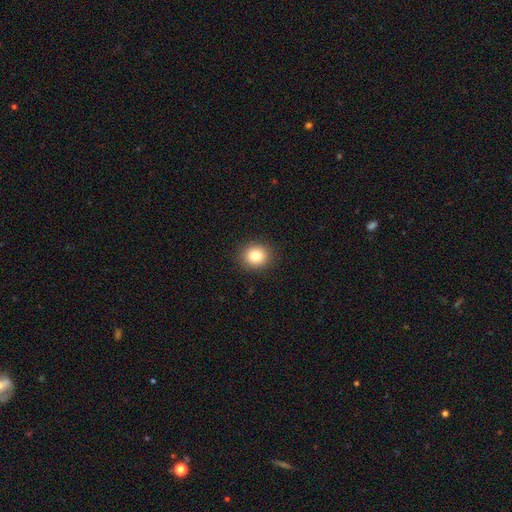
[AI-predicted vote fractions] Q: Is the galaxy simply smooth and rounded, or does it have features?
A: smooth — 82%.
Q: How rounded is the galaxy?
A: round — 83%.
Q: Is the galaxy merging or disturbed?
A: none — 91%.